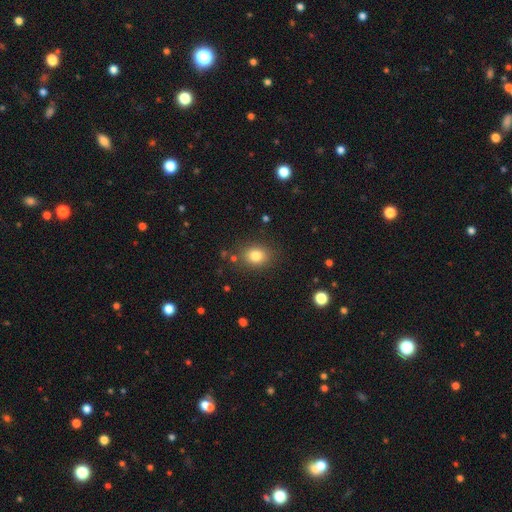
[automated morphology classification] This is clearly a smooth galaxy (81%). How rounded: possibly round (53%). Merging: clearly none (84%).